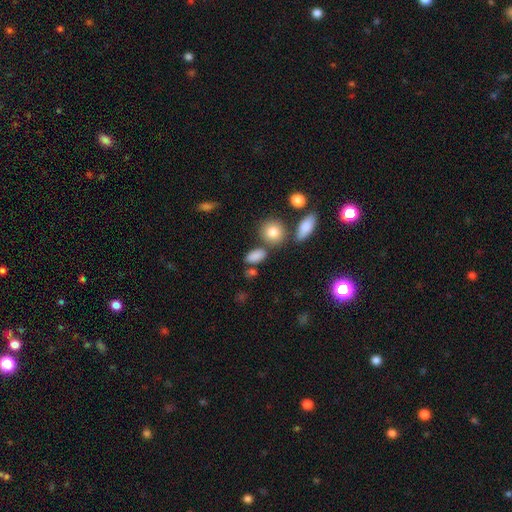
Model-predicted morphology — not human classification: smooth 85%, star or artifact 9%, featured or disk 6%. Down the decision tree: how rounded — in between (81%); merging — none (70%).